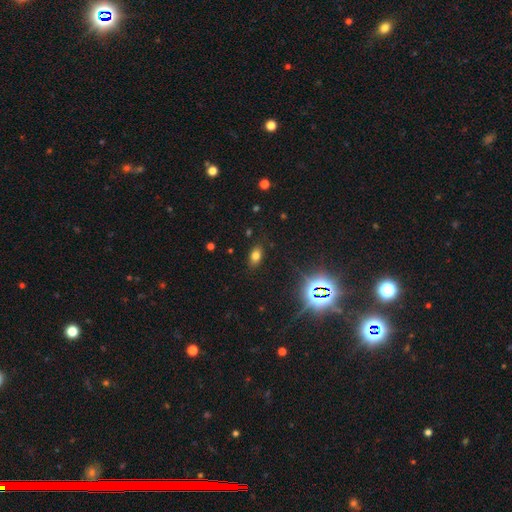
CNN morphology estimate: Smooth or featured? Predicted: smooth (p=0.71). How rounded? Predicted: in between (p=0.86). Merging? Predicted: none (p=0.85).